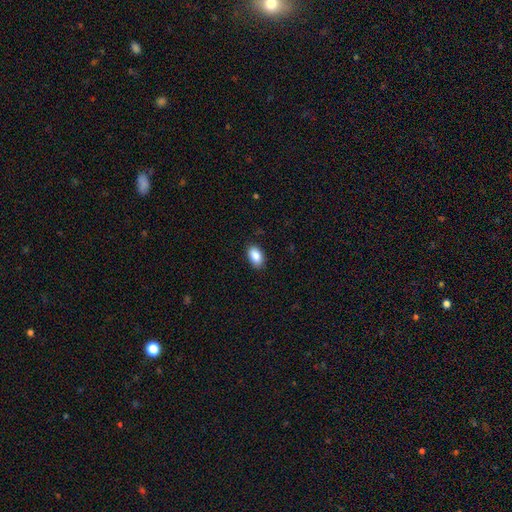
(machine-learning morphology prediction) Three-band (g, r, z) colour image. It shows a smooth galaxy with no disk features (89%) that is in between round and cigar-shaped (93%). Merging: none (87%).